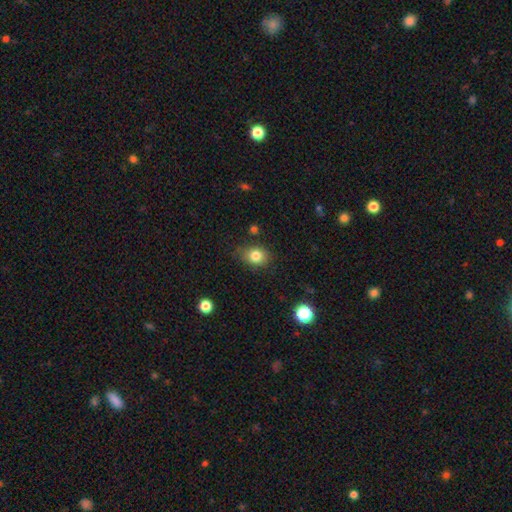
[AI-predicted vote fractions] smooth 82%, star or artifact 11%, featured or disk 7%. Down the decision tree: how rounded — round (55%); merging — none (75%).